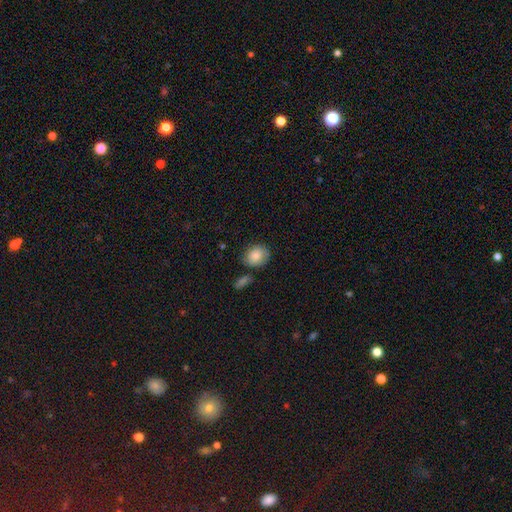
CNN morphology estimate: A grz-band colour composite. It shows a smooth galaxy with no disk features (82%) that is round (53%). Merging: none (68%).